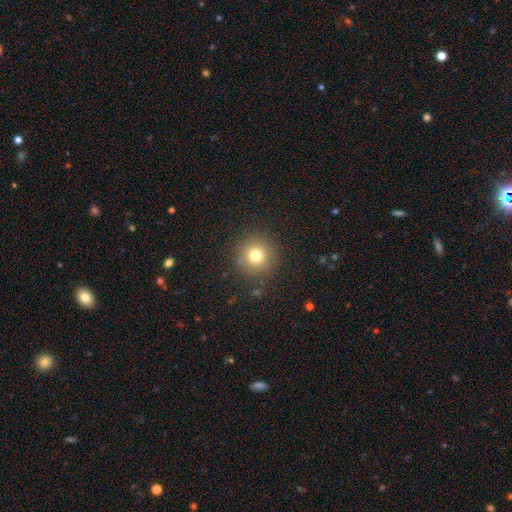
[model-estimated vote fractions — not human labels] Smooth or featured: smooth — 75% (star or artifact — 15%)
How rounded: round — 95% (in between — 4%)
Merging: none — 89% (minor disturbance — 7%)